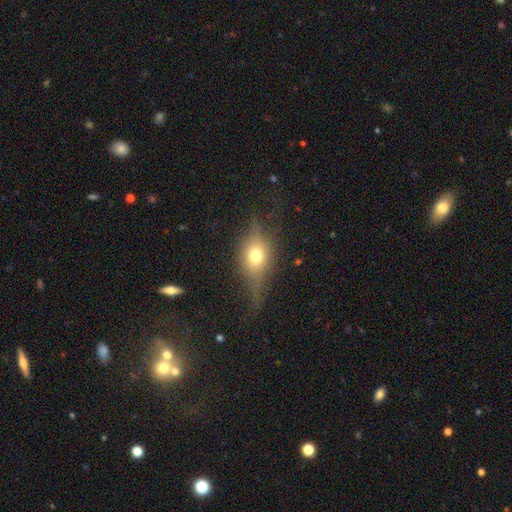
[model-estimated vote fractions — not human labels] Smooth or featured: featured or disk — 47% (smooth — 41%)
Merging: none — 65% (minor disturbance — 21%)